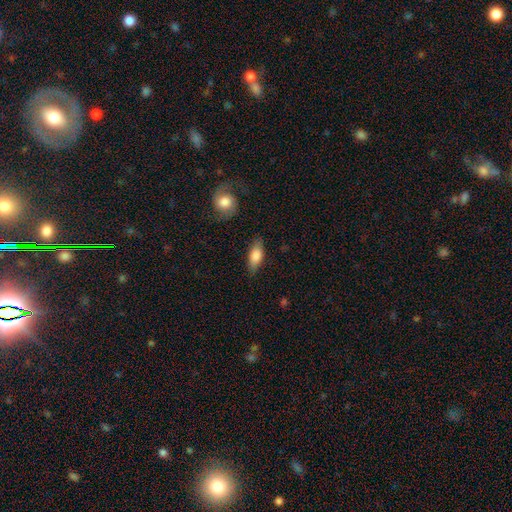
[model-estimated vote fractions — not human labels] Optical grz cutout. It shows a smooth galaxy with no disk features (80%) that is in between round and cigar-shaped (79%). Merging: none (81%).